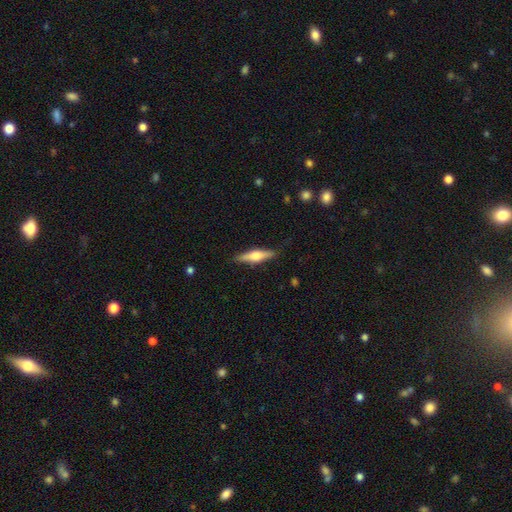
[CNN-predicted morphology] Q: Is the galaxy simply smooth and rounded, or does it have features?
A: featured or disk — 57%.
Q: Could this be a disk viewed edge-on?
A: yes — 96%.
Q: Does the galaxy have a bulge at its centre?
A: rounded — 89%.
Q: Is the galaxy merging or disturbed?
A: none — 88%.